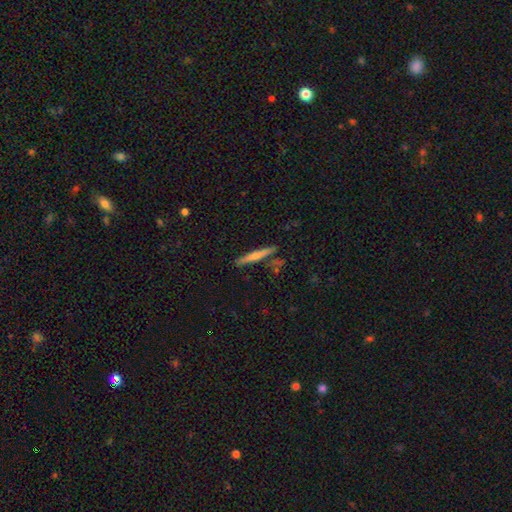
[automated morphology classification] smooth-or-featured: smooth: 54% | featured or disk: 40% | star or artifact: 6%
  how-rounded: cigar-shaped: 94% | in between: 4% | round: 2%
  merging: none: 85% | minor disturbance: 9% | merger: 4% | major disturbance: 2%